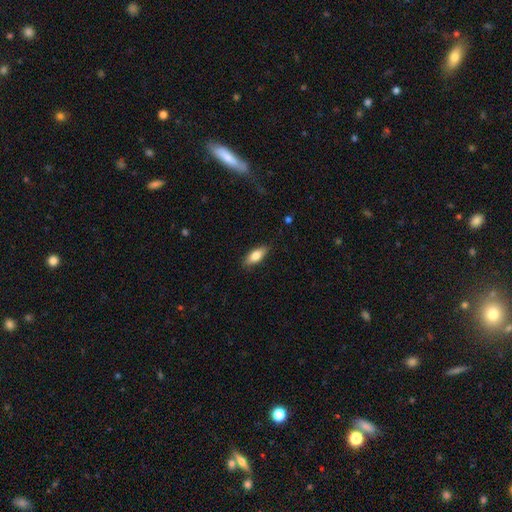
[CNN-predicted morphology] This appears to be a smooth galaxy with no disk features (79%) that is in between round and cigar-shaped (78%). Merging: none (87%).